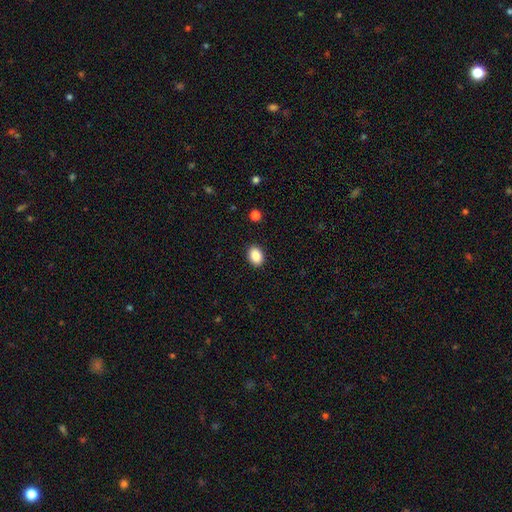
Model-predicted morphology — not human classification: A smooth galaxy with no disk features (88%) that is in between round and cigar-shaped (68%).

Vote fractions:
- Smooth or featured? smooth: 88% / star or artifact: 8% / featured or disk: 4%
- How rounded? in between: 68% / round: 31% / cigar-shaped: 1%
- Merging? none: 90% / minor disturbance: 7% / major disturbance: 2% / merger: 1%